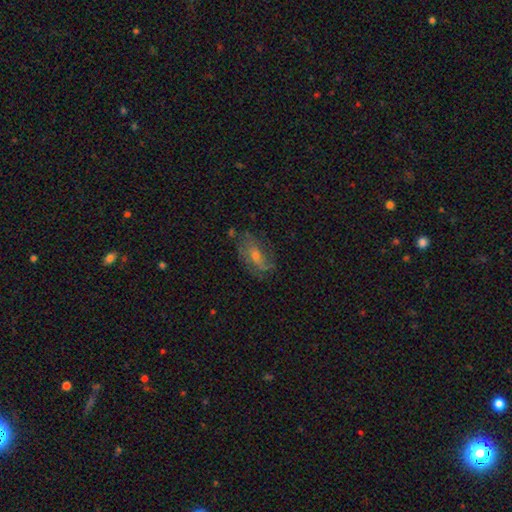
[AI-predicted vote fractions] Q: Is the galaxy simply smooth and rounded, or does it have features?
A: featured or disk — 55%.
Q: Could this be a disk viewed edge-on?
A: no — 90%.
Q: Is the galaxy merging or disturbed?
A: none — 64%.